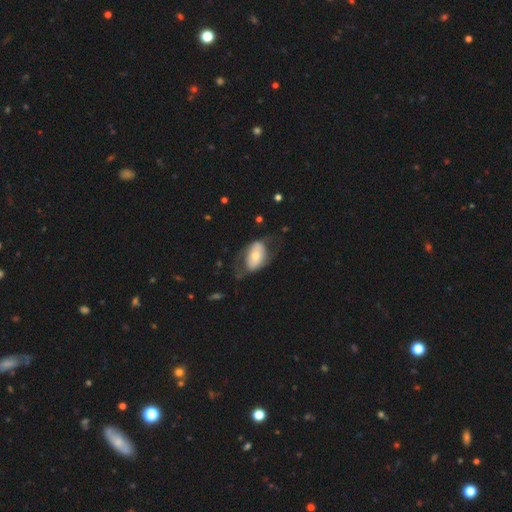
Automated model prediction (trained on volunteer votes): Q: Smooth or featured?
A: smooth (51%); runner-up: featured or disk (43%)
Q: How rounded?
A: in between (90%); runner-up: round (9%)
Q: Merging?
A: none (48%); runner-up: major disturbance (26%)